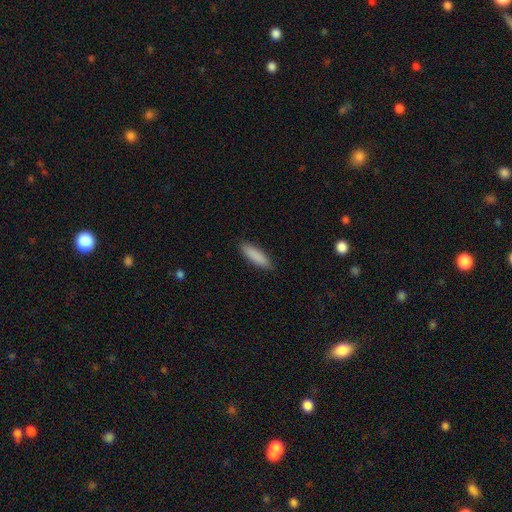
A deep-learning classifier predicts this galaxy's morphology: Q: Smooth or featured?
A: smooth (88%); runner-up: star or artifact (6%)
Q: How rounded?
A: cigar-shaped (59%); runner-up: in between (39%)
Q: Merging?
A: none (88%); runner-up: minor disturbance (9%)